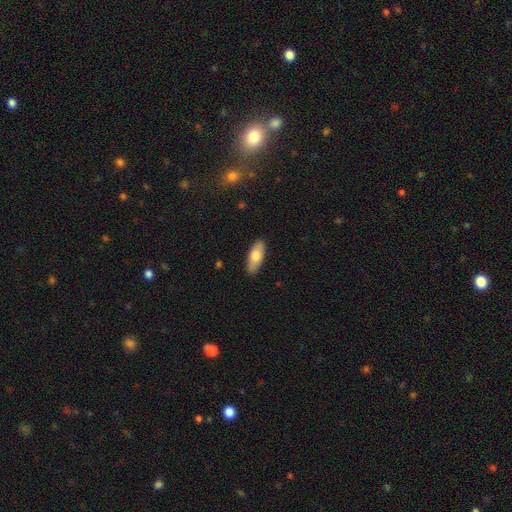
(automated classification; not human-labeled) Q: Smooth or featured?
A: smooth (72%); runner-up: featured or disk (23%)
Q: How rounded?
A: in between (78%); runner-up: cigar-shaped (20%)
Q: Merging?
A: none (88%); runner-up: minor disturbance (9%)